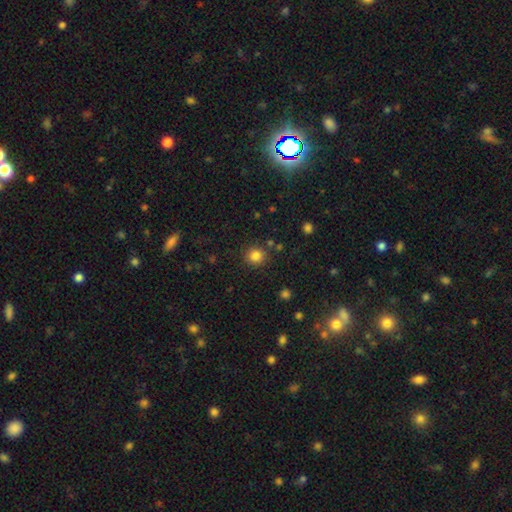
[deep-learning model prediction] Smooth or featured? Predicted: smooth (p=0.83). How rounded? Predicted: round (p=0.91). Merging? Predicted: none (p=0.86).